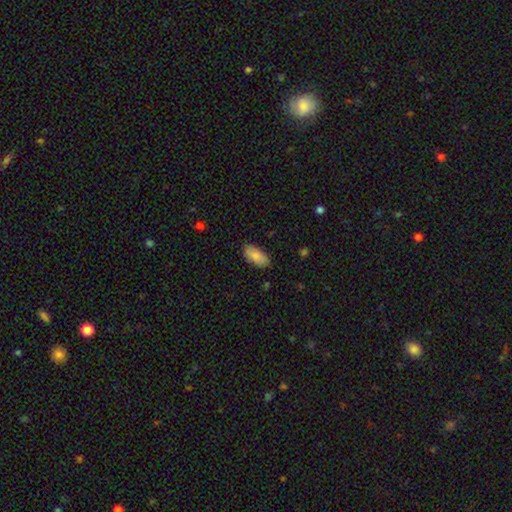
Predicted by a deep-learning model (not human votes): Smooth or featured? Predicted: smooth (p=0.86). How rounded? Predicted: in between (p=0.92). Merging? Predicted: none (p=0.84).